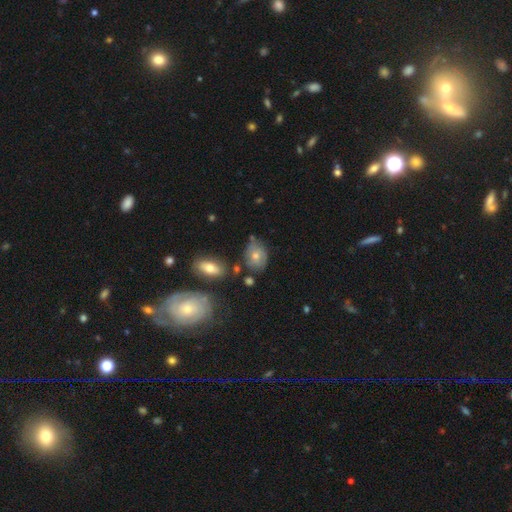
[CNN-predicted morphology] Smooth or featured? smooth (46%)
Merging? none (63%)